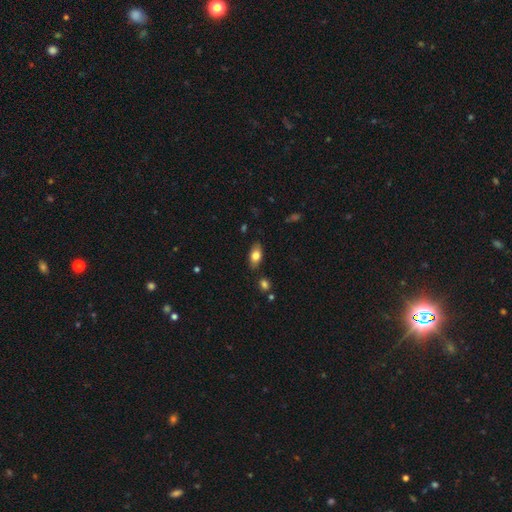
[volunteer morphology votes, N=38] smooth-or-featured: smooth: 84% | featured or disk: 8% | star or artifact: 8%
  how-rounded: in between: 88% | round: 6% | cigar-shaped: 6%
  merging: none: 77% | minor disturbance: 20% | major disturbance: 3% | merger: 0%